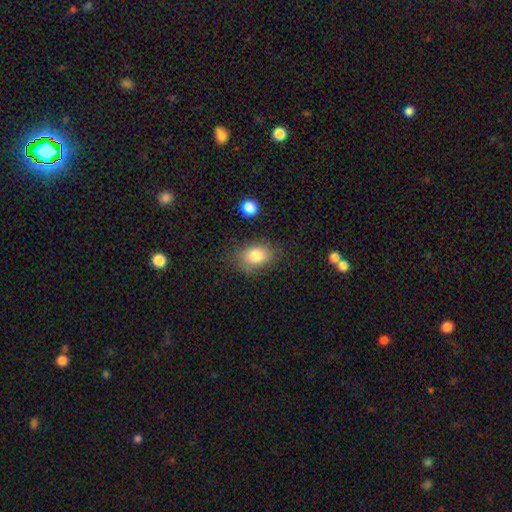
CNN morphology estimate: Overall: smooth (83%). How rounded: in between (77%). Merging: none (75%).